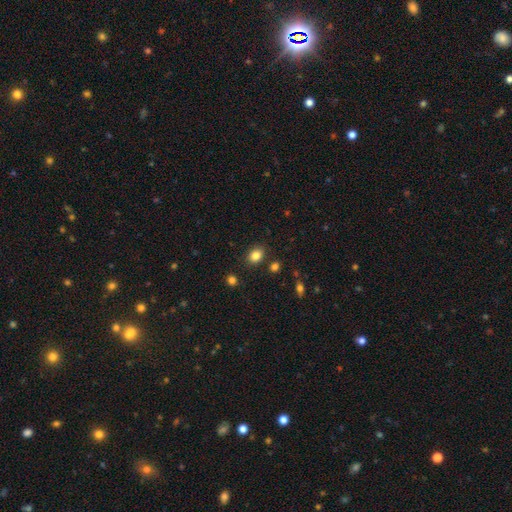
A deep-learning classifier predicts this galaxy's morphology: smooth-or-featured: smooth: 84% | star or artifact: 11% | featured or disk: 5%
  how-rounded: in between: 56% | round: 43% | cigar-shaped: 1%
  merging: none: 84% | minor disturbance: 9% | merger: 4% | major disturbance: 3%